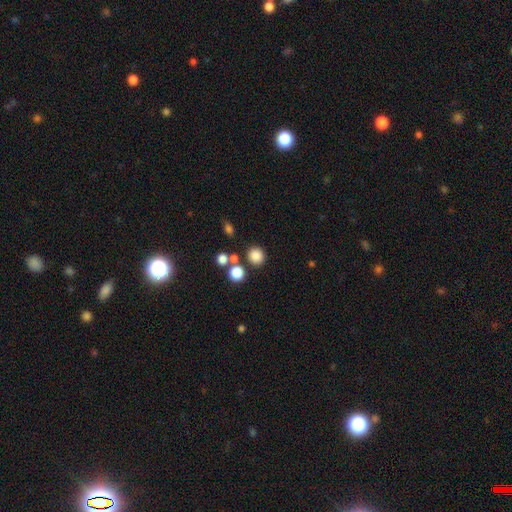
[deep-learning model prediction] Smooth or featured?
  - smooth: 83% *
  - star or artifact: 12%
  - featured or disk: 5%
How rounded?
  - round: 85% *
  - in between: 14%
  - cigar-shaped: 1%
Merging?
  - none: 79% *
  - merger: 10%
  - minor disturbance: 8%
  - major disturbance: 3%